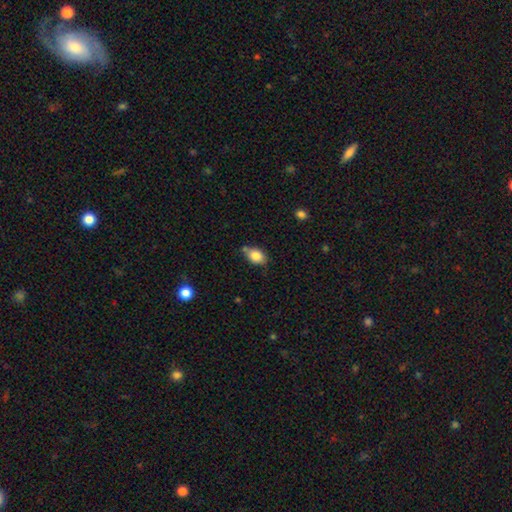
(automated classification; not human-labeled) Overall: smooth (83%). How rounded: in between (77%). Merging: none (63%).